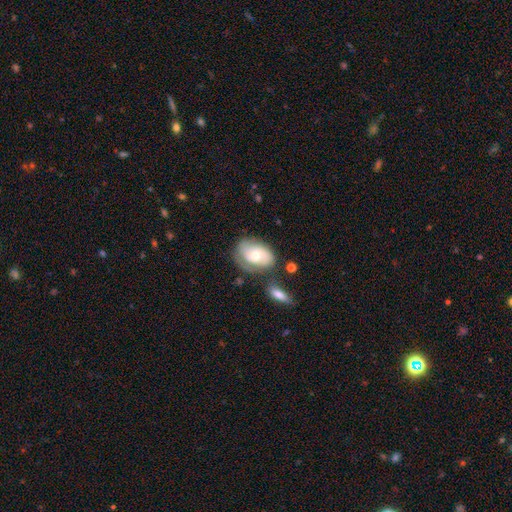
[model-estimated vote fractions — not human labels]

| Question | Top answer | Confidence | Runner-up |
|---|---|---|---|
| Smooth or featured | featured or disk | 54% | smooth (39%) |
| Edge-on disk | no | 95% | yes (5%) |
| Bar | no | 72% | weak (23%) |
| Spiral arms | yes | 75% | no (25%) |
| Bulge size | moderate | 61% | small (32%) |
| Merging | none | 54% | minor disturbance (24%) |